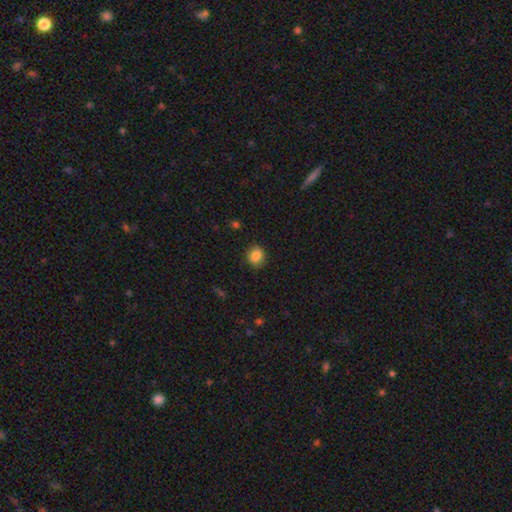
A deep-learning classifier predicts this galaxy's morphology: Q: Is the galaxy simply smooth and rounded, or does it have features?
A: smooth — 85%.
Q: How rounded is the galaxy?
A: round — 72%.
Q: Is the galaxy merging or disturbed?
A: none — 86%.